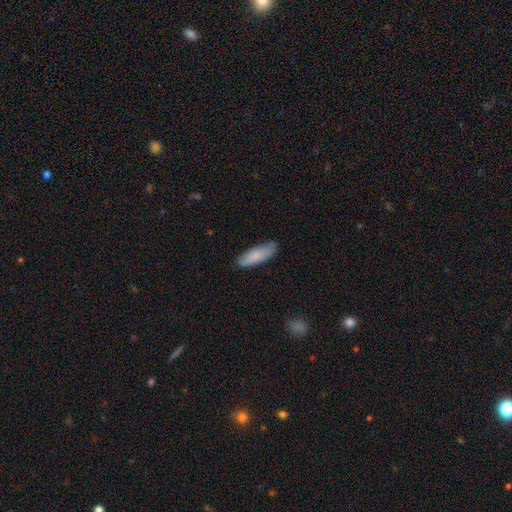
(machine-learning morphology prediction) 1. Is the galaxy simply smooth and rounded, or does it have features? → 82% smooth, 12% featured or disk, 6% star or artifact.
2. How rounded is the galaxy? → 54% in between, 45% cigar-shaped, 2% round.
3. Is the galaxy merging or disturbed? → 79% none, 17% minor disturbance, 3% major disturbance, 1% merger.